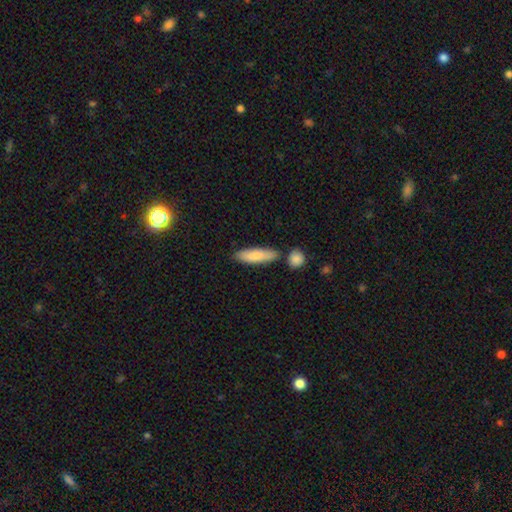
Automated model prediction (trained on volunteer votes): Overall: smooth (80%). How rounded: cigar-shaped (61%; in between 37%). Merging: none (76%).